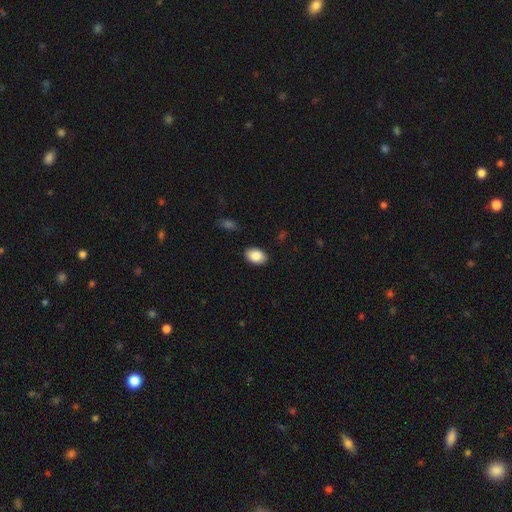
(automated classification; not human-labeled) Smooth or featured?
  - smooth: 87% *
  - star or artifact: 7%
  - featured or disk: 6%
How rounded?
  - in between: 86% *
  - round: 13%
  - cigar-shaped: 1%
Merging?
  - none: 88% *
  - minor disturbance: 9%
  - major disturbance: 2%
  - merger: 1%